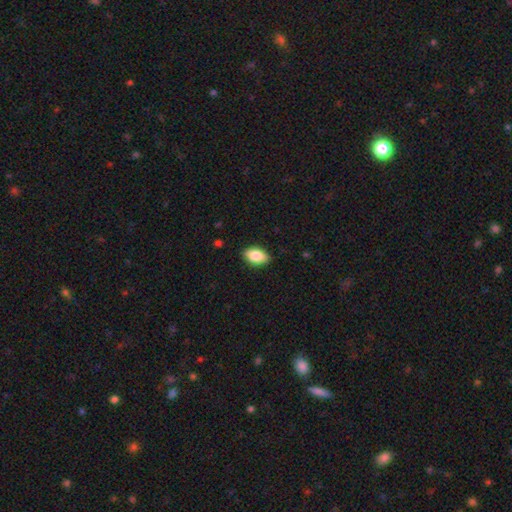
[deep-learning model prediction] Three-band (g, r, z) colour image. It shows a smooth galaxy with no disk features (84%) that is in between round and cigar-shaped (90%). Merging: none (86%).